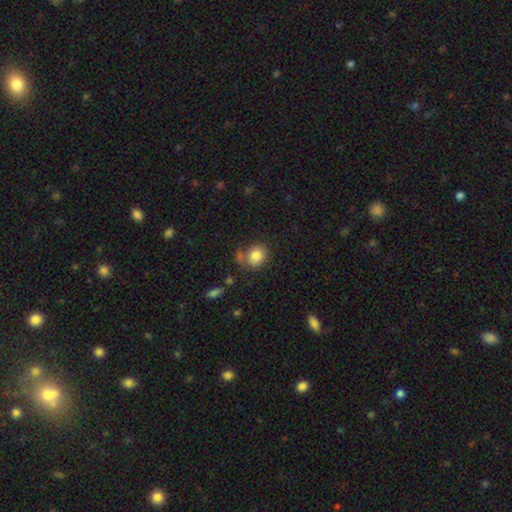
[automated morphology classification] The model was most divided on "how rounded": round: 64%, in between: 35%, cigar-shaped: 1%. More confident: smooth or featured — smooth (83%); merging — none (65%).